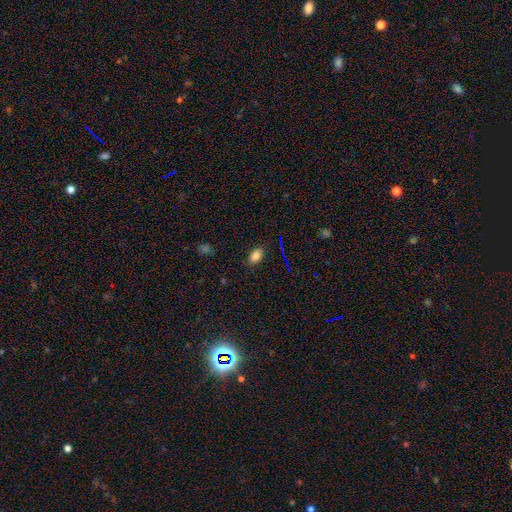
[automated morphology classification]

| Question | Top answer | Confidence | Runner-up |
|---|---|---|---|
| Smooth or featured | smooth | 82% | star or artifact (12%) |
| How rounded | in between | 89% | round (8%) |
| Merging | none | 86% | minor disturbance (11%) |